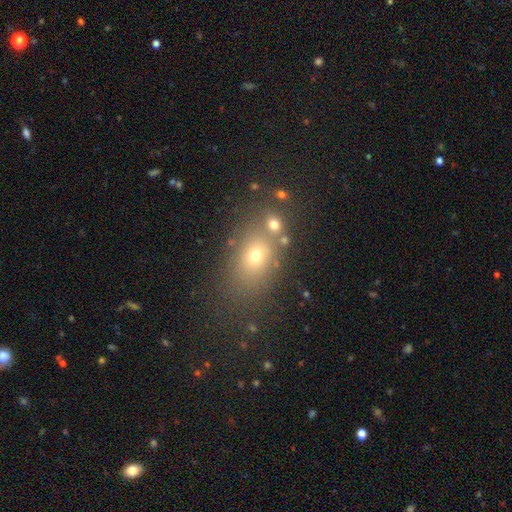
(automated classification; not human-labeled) Morphology: type=smooth (65%); roundness=in between (68%); merging=none (67%).